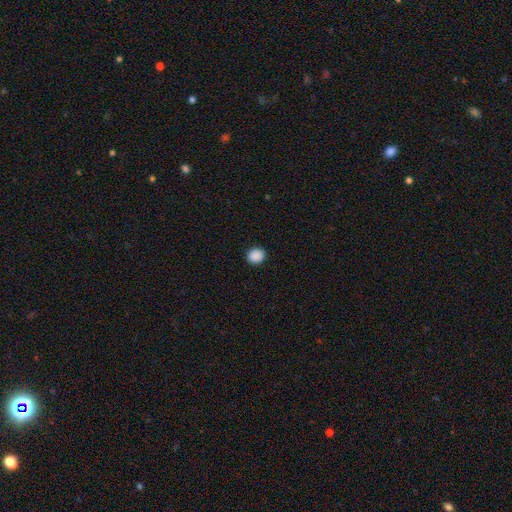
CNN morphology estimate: smooth-or-featured: smooth: 89% | star or artifact: 9% | featured or disk: 2%
  how-rounded: round: 79% | in between: 20% | cigar-shaped: 1%
  merging: none: 92% | minor disturbance: 5% | major disturbance: 2% | merger: 1%